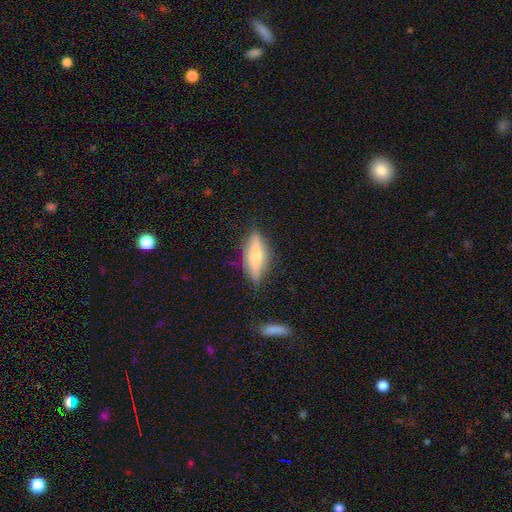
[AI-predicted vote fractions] Smooth or featured? Predicted: smooth (p=0.54). How rounded? Predicted: cigar-shaped (p=0.49). Merging? Predicted: none (p=0.78).